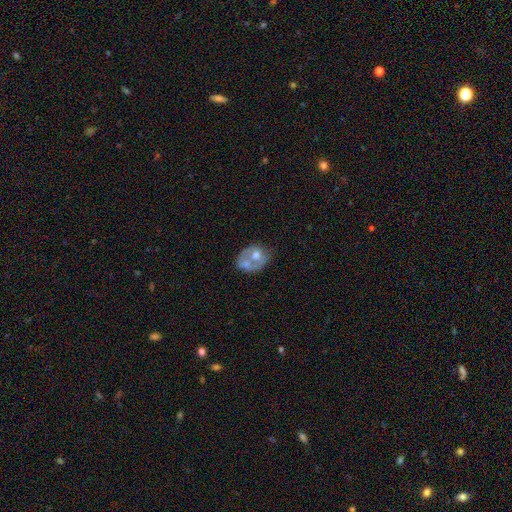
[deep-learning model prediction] This is possibly a featured or disk galaxy (48%). Merging: marginally merger (38%).